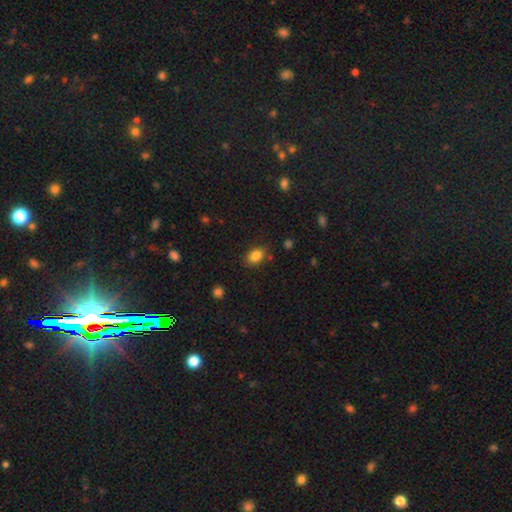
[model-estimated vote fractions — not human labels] This appears to be a smooth galaxy with no disk features (84%) that is in between round and cigar-shaped (73%). Merging: none (79%).